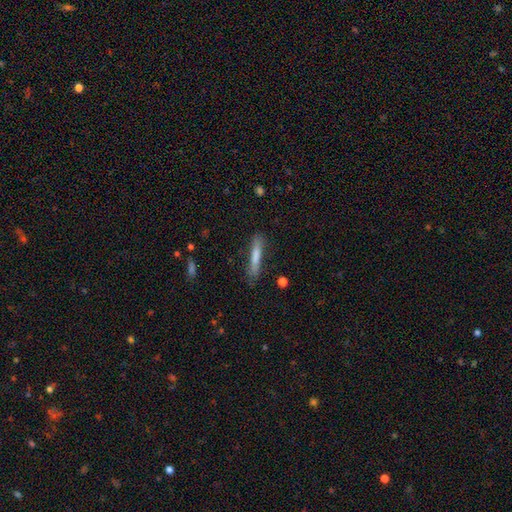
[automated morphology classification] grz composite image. It shows a smooth galaxy with no disk features (66%) that is cigar-shaped (93%). Merging: none (80%).